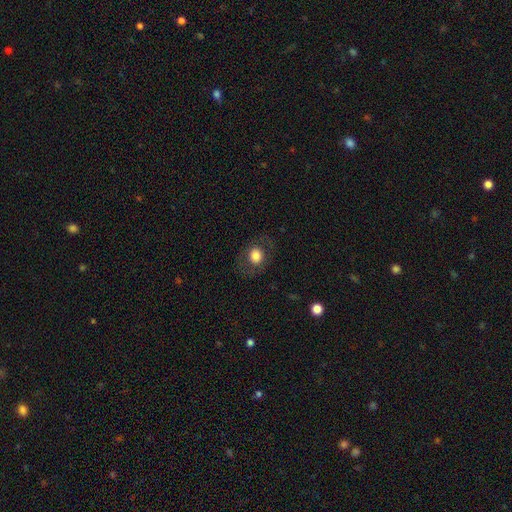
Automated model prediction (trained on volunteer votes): A smooth galaxy with no disk features (74%) that is round (69%). Merging: none (81%).